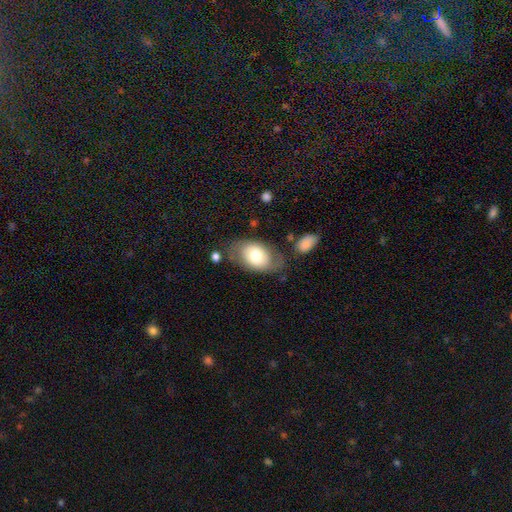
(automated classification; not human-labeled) Smooth or featured?
  - smooth: 67% *
  - featured or disk: 26%
  - star or artifact: 7%
How rounded?
  - in between: 86% *
  - round: 12%
  - cigar-shaped: 1%
Merging?
  - none: 65% *
  - minor disturbance: 20%
  - major disturbance: 9%
  - merger: 5%